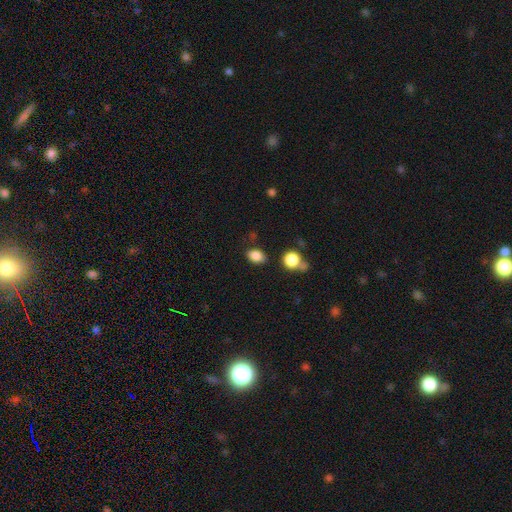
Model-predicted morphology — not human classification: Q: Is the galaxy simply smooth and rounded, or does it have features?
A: smooth — 85%.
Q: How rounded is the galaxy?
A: in between — 76%.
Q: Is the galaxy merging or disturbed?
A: none — 78%.